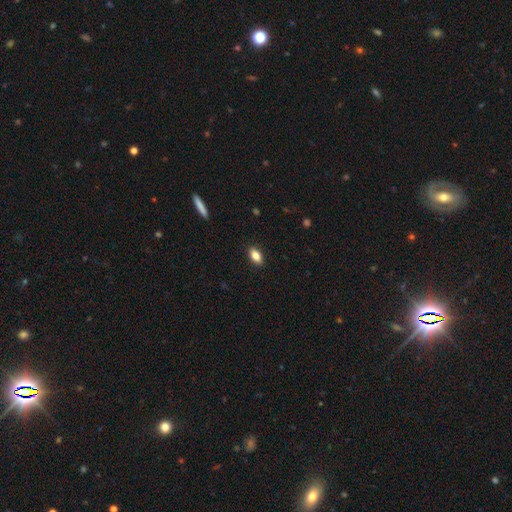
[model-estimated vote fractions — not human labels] Smooth or featured? Predicted: smooth (p=0.83). How rounded? Predicted: in between (p=0.88). Merging? Predicted: none (p=0.90).